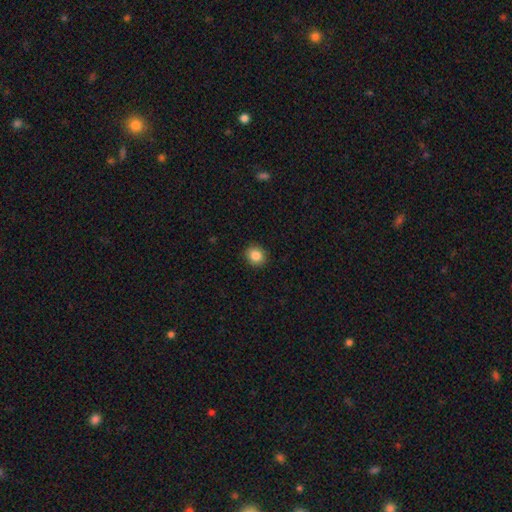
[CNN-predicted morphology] Q: Smooth or featured?
A: smooth (85%); runner-up: star or artifact (10%)
Q: How rounded?
A: round (81%); runner-up: in between (18%)
Q: Merging?
A: none (91%); runner-up: minor disturbance (7%)